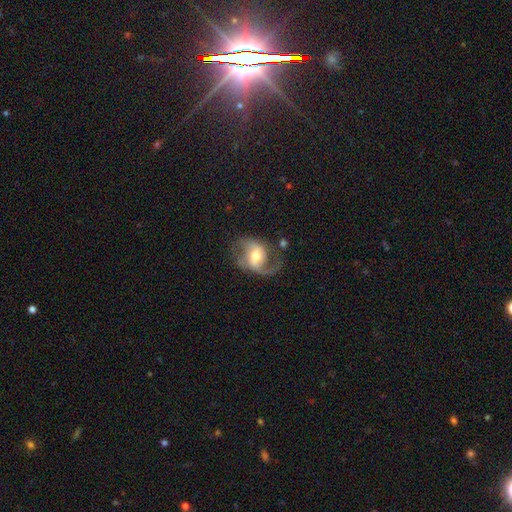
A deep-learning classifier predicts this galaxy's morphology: Q: Smooth or featured?
A: featured or disk (83%); runner-up: smooth (11%)
Q: Edge-on disk?
A: no (97%); runner-up: yes (3%)
Q: Bar?
A: weak (43%); runner-up: no (37%)
Q: Spiral arms?
A: yes (94%); runner-up: no (6%)
Q: Spiral winding?
A: loose (48%); runner-up: medium (42%)
Q: Spiral arm count?
A: 2 (79%); runner-up: 1 (13%)
Q: Bulge size?
A: moderate (65%); runner-up: small (24%)
Q: Merging?
A: none (59%); runner-up: minor disturbance (19%)